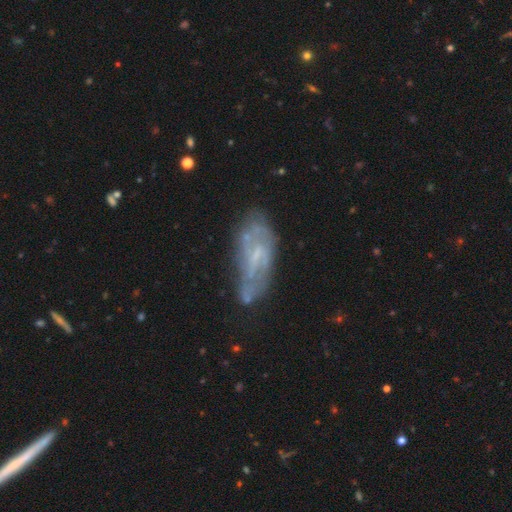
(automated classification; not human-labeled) Smooth or featured? featured or disk (66%)
Edge-on disk? no (89%)
Bar? weak (44%)
Spiral arms? yes (58%)
Bulge size? small (48%)
Merging? none (55%)